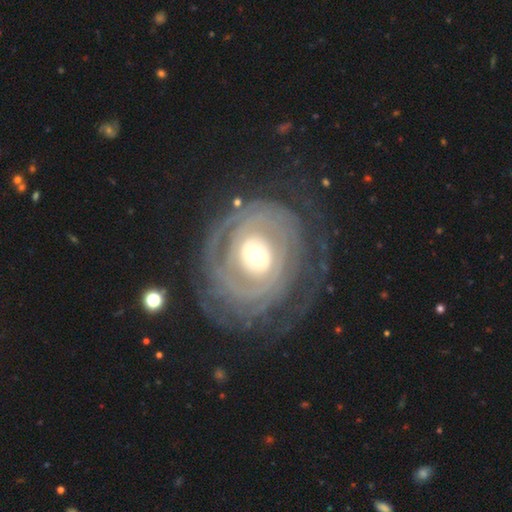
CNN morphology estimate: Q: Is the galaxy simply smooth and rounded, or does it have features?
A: featured or disk — 84%.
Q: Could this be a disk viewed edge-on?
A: no — 96%.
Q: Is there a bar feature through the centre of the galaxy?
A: no — 69%.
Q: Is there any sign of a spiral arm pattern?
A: yes — 87%.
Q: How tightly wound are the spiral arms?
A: tight — 81%.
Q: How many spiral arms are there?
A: can't tell — 43%.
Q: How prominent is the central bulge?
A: moderate — 51%.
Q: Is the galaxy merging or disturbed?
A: none — 68%.